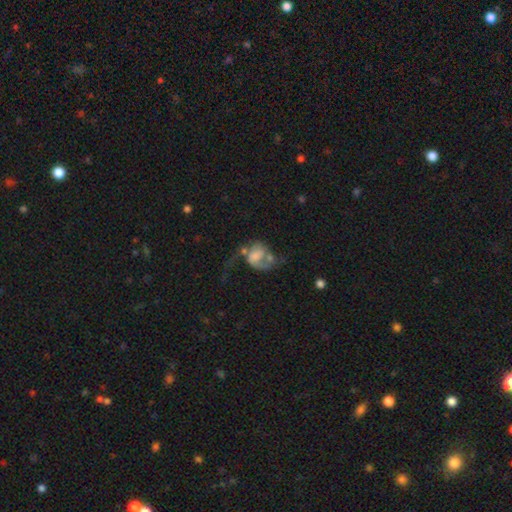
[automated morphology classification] smooth-or-featured: featured or disk: 66% | smooth: 26% | star or artifact: 9%
  disk-edge-on: no: 98% | yes: 2%
    bar: no: 63% | weak: 29% | strong: 8%
    has-spiral-arms: yes: 82% | no: 18%
      spiral-winding: loose: 60% | medium: 30% | tight: 10%
      spiral-arm-count: 2: 64% | 1: 28% | can't tell: 5% | 3: 1% | 4: 1% | more than 4: 1%
    bulge-size: none: 37% | large: 23% | moderate: 17% | small: 14% | dominant: 8%
  merging: major disturbance: 43% | none: 26% | merger: 16% | minor disturbance: 15%